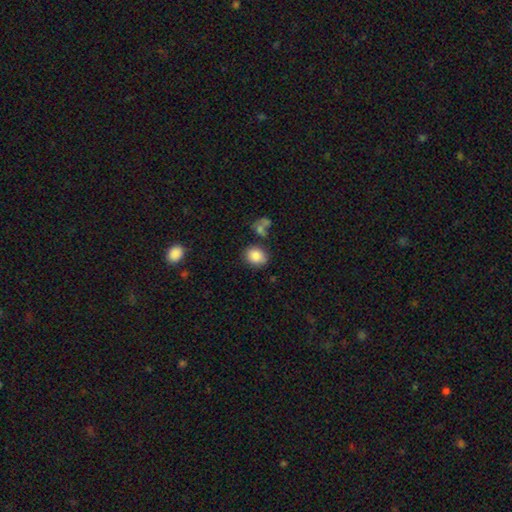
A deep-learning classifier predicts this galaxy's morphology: A smooth galaxy with no disk features (85%) that is round (58%). Merging: none (75%).